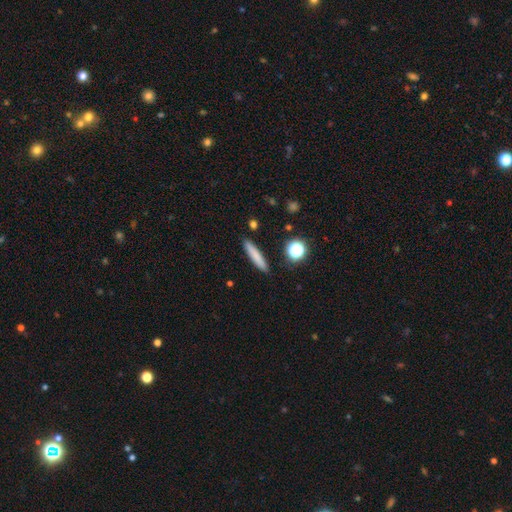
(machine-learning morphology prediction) type=smooth (77%); roundness=cigar-shaped (90%); merging=none (89%).